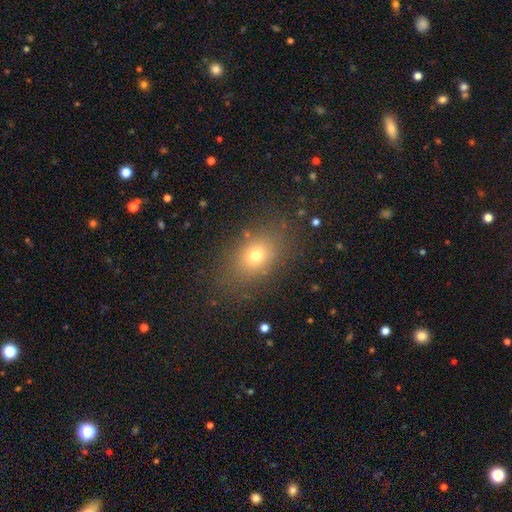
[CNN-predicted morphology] smooth_or_featured: smooth (p=0.70) [alt: star or artifact p=0.17]
how_rounded: in between (p=0.64) [alt: round p=0.34]
merging: none (p=0.82) [alt: minor disturbance p=0.11]